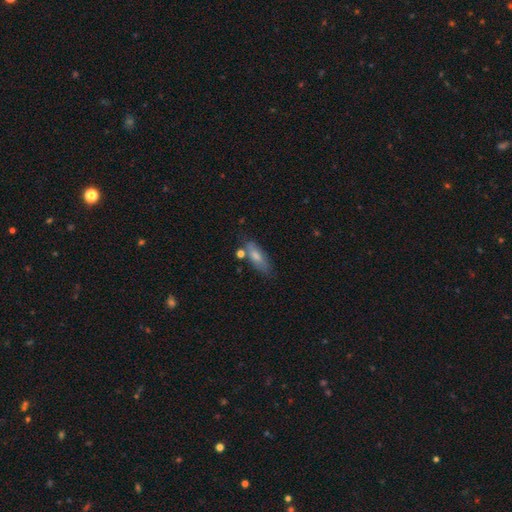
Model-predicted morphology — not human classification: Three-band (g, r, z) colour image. It shows a smooth galaxy with no disk features (73%) that is in between round and cigar-shaped (65%). Merging: none (66%).